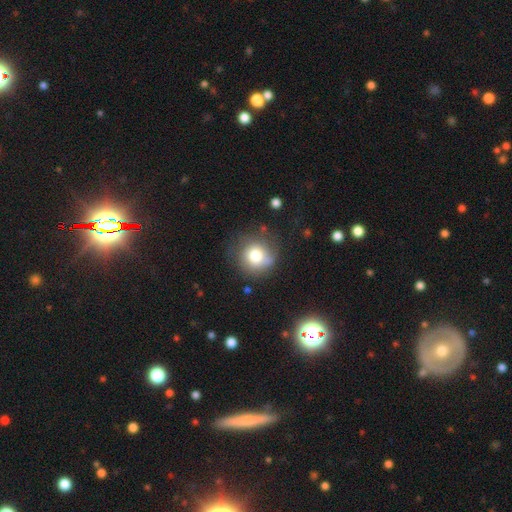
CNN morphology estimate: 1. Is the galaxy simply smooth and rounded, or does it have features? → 74% smooth, 16% featured or disk, 10% star or artifact.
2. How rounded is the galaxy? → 89% round, 10% in between, 1% cigar-shaped.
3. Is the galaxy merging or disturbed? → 65% none, 22% minor disturbance, 9% major disturbance, 3% merger.